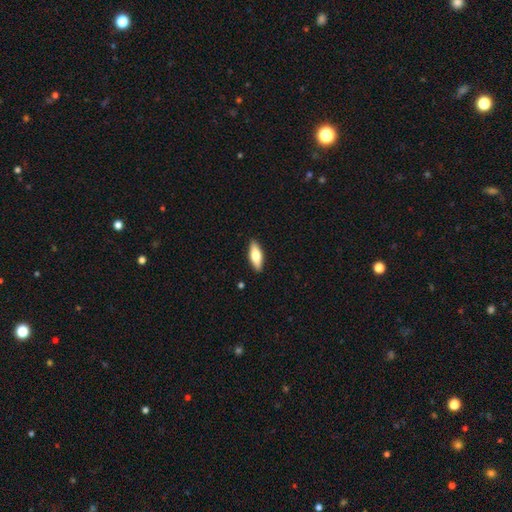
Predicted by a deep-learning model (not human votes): Smooth or featured? smooth (68%)
How rounded? in between (64%)
Merging? none (90%)